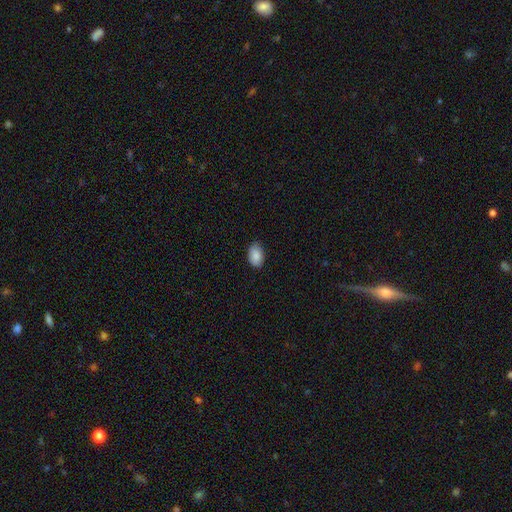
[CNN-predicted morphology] smooth_or_featured: smooth (p=0.88) [alt: star or artifact p=0.07]
how_rounded: in between (p=0.90) [alt: round p=0.09]
merging: none (p=0.81) [alt: minor disturbance p=0.16]